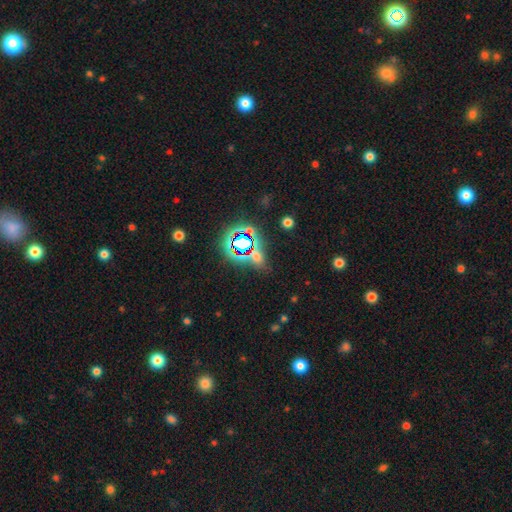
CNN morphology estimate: Smooth or featured? star or artifact (56%)